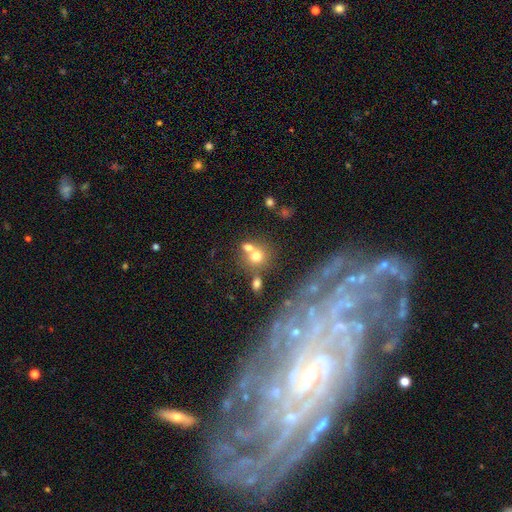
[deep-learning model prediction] Smooth or featured? Predicted: smooth (p=0.66). How rounded? Predicted: round (p=0.78). Merging? Predicted: none (p=0.43).